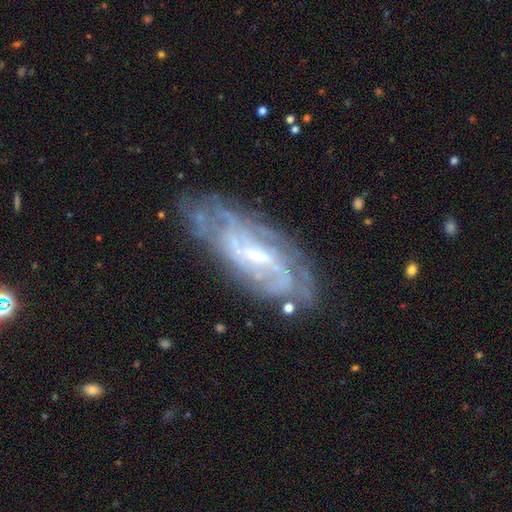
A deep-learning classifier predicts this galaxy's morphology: featured or disk 83%, smooth 10%, star or artifact 7%. Down the decision tree: edge-on disk — no (89%); bar — weak (48%); spiral arms — yes (91%); spiral arm count — can't tell (42%); spiral winding — tight (50%); bulge size — small (65%); merging — none (71%).